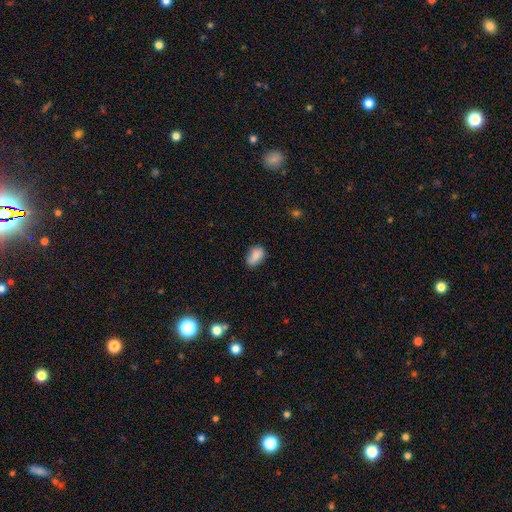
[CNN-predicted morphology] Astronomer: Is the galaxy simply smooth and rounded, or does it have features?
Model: smooth — 84%.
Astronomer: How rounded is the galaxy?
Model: in between — 87%.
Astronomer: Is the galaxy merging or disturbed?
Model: none — 64%.